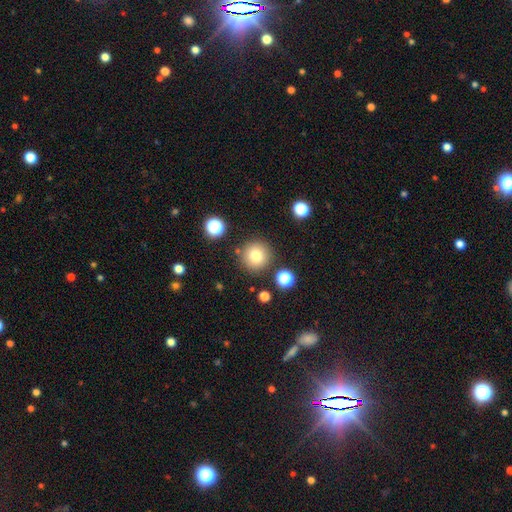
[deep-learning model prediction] This appears to be a smooth galaxy with no disk features (78%) that is round (95%). Merging: none (86%).